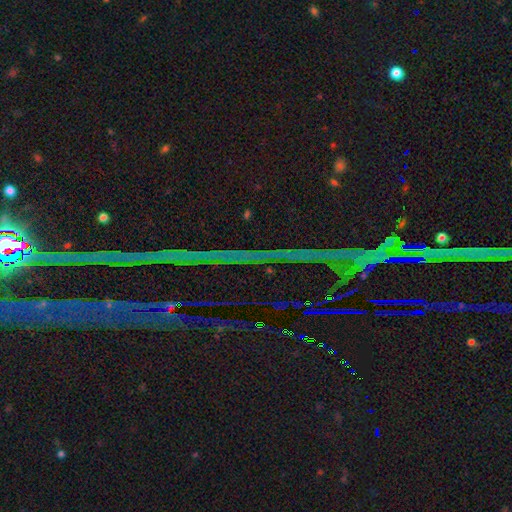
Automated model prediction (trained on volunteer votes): star or artifact 88%, featured or disk 7%, smooth 5%.